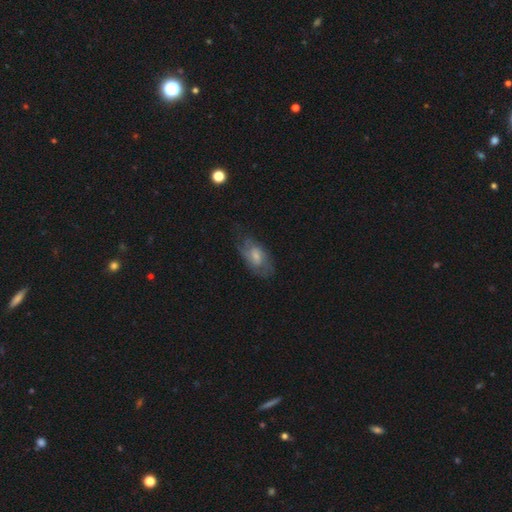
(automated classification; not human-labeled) Smooth or featured? featured or disk (51%)
Edge-on disk? no (92%)
Merging? none (53%)